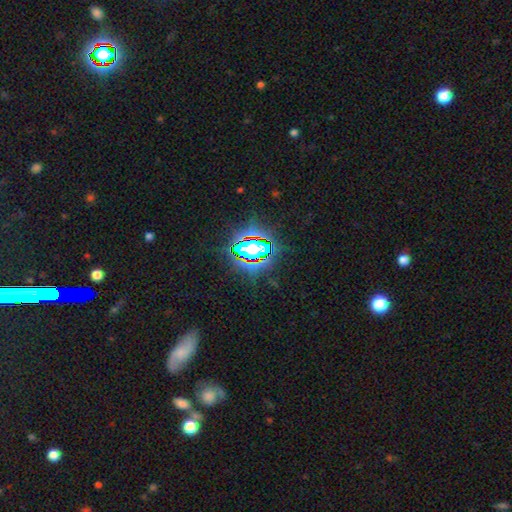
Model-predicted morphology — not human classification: Smooth or featured: star or artifact — 76% (smooth — 15%)